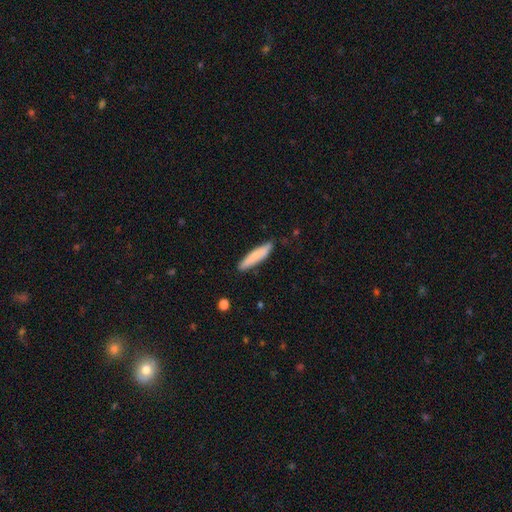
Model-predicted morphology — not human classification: type=smooth (80%); roundness=cigar-shaped (82%); merging=none (85%).